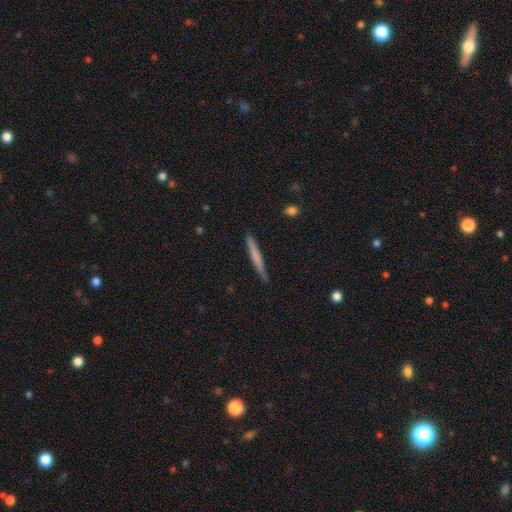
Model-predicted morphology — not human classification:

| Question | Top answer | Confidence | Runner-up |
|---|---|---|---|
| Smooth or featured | smooth | 65% | featured or disk (29%) |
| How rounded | cigar-shaped | 96% | in between (2%) |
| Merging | none | 87% | minor disturbance (10%) |